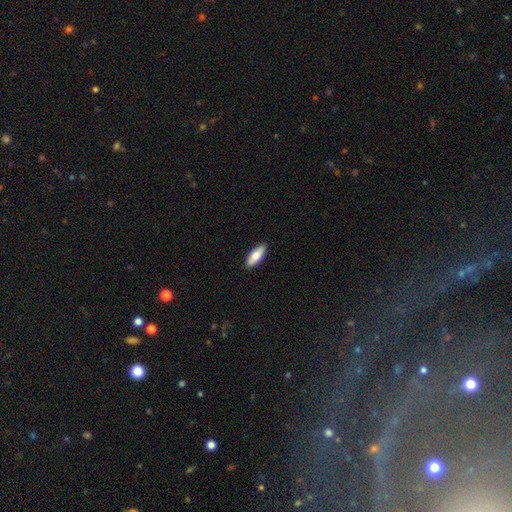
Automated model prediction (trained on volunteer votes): Smooth or featured: smooth — 79% (featured or disk — 15%)
How rounded: in between — 70% (cigar-shaped — 29%)
Merging: none — 89% (minor disturbance — 8%)